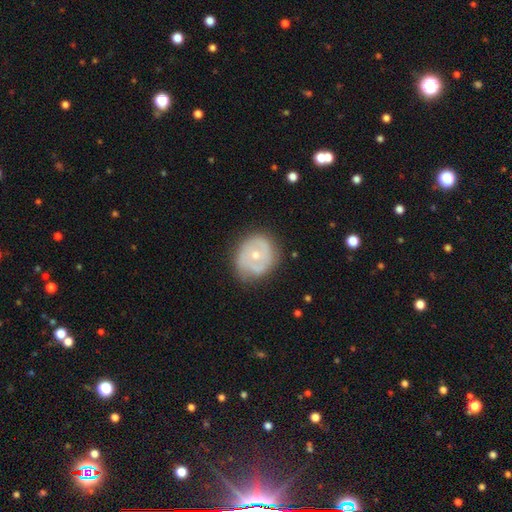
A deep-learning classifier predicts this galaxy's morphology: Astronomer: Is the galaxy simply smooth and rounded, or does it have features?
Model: featured or disk — 59% (runner-up: smooth, 34%).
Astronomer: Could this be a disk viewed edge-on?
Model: no — 96%.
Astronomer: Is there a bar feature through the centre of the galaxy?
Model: no — 80%.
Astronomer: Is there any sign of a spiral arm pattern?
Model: no — 52% (runner-up: yes, 48%).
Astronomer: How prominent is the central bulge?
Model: small — 49% (runner-up: moderate, 48%).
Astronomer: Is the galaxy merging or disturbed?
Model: none — 68%.